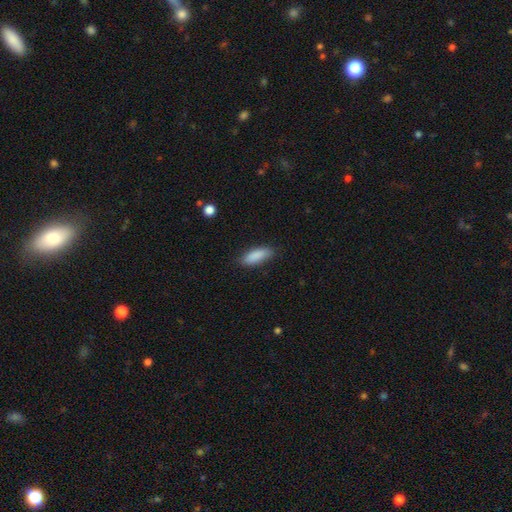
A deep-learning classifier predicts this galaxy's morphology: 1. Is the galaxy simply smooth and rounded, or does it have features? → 88% smooth, 6% star or artifact, 5% featured or disk.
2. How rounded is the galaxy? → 64% in between, 34% cigar-shaped, 2% round.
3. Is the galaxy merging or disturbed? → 83% none, 13% minor disturbance, 3% major disturbance, 1% merger.